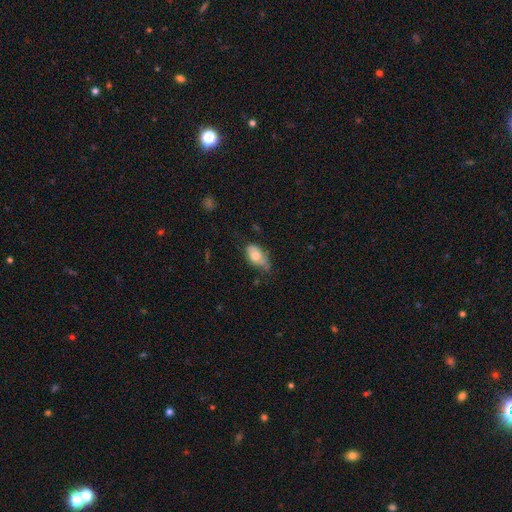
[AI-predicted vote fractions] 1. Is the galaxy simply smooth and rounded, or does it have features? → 64% smooth, 28% featured or disk, 8% star or artifact.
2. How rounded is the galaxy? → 90% in between, 8% round, 3% cigar-shaped.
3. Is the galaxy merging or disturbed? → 44% none, 40% minor disturbance, 14% major disturbance, 3% merger.